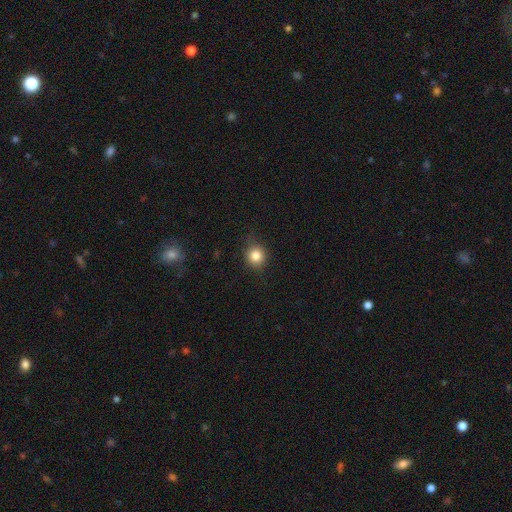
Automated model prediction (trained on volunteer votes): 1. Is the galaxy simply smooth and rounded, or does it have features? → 83% smooth, 11% star or artifact, 6% featured or disk.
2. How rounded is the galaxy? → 85% round, 14% in between, 1% cigar-shaped.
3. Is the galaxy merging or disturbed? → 83% none, 13% minor disturbance, 3% major disturbance, 1% merger.